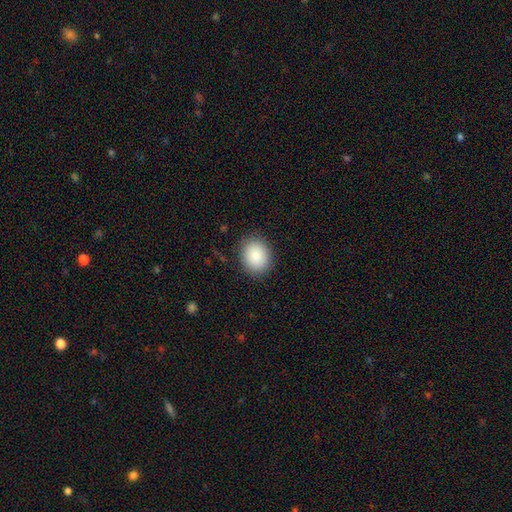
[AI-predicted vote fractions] Smooth or featured?
  - smooth: 88% *
  - star or artifact: 7%
  - featured or disk: 5%
How rounded?
  - round: 56% *
  - in between: 43%
  - cigar-shaped: 1%
Merging?
  - none: 88% *
  - minor disturbance: 9%
  - major disturbance: 3%
  - merger: 1%